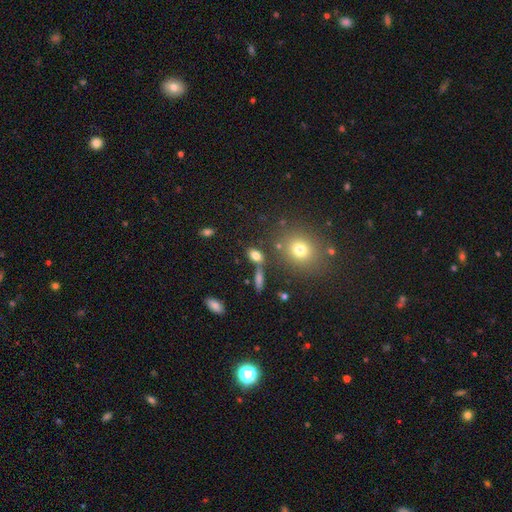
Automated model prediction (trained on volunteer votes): Smooth or featured? Predicted: smooth (p=0.73). How rounded? Predicted: in between (p=0.69). Merging? Predicted: none (p=0.62).